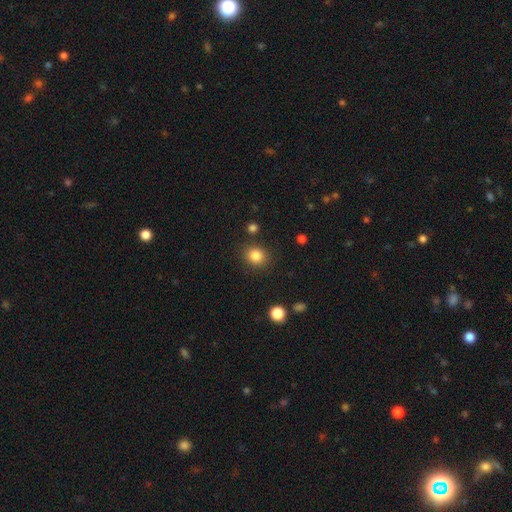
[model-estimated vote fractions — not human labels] smooth_or_featured: smooth (p=0.84) [alt: star or artifact p=0.11]
how_rounded: round (p=0.77) [alt: in between p=0.22]
merging: none (p=0.85) [alt: minor disturbance p=0.08]